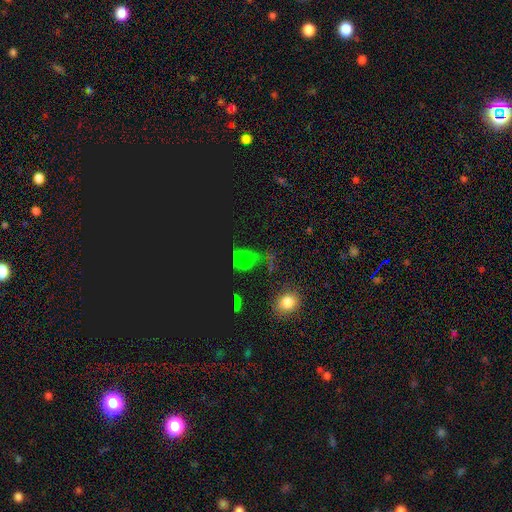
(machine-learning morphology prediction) This appears to be a star or artifact, not a galaxy (46%).